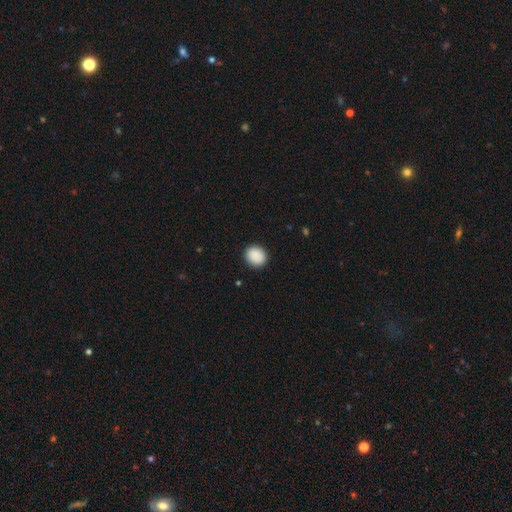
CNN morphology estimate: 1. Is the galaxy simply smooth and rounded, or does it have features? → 90% smooth, 7% star or artifact, 2% featured or disk.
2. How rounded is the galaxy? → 74% round, 25% in between, 1% cigar-shaped.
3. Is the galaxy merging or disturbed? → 91% none, 6% minor disturbance, 2% major disturbance, 1% merger.